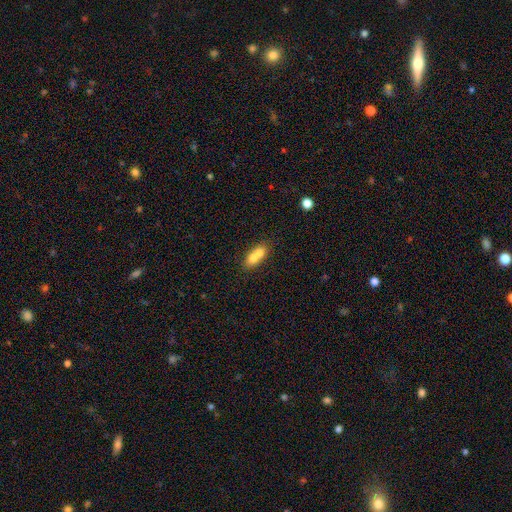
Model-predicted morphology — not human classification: This is likely a smooth galaxy (66%). How rounded: possibly in between (60%). Merging: likely merger (69%).